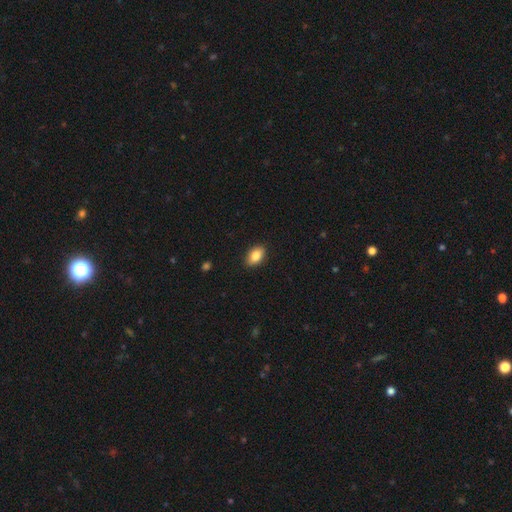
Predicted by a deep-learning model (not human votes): Morphology: type=smooth (86%); roundness=in between (89%); merging=none (89%).